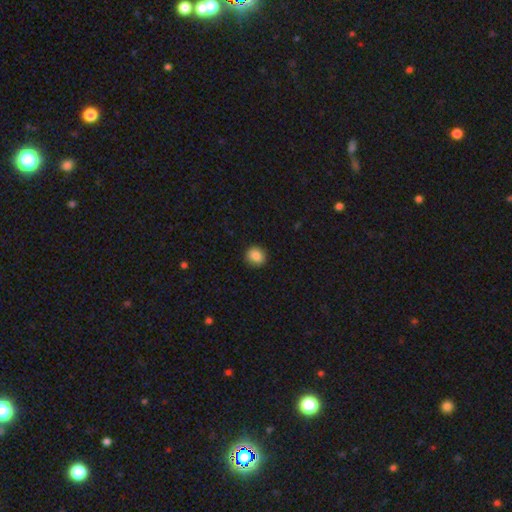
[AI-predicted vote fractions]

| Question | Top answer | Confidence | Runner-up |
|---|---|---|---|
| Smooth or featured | smooth | 86% | star or artifact (9%) |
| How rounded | round | 87% | in between (12%) |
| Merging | none | 87% | minor disturbance (10%) |